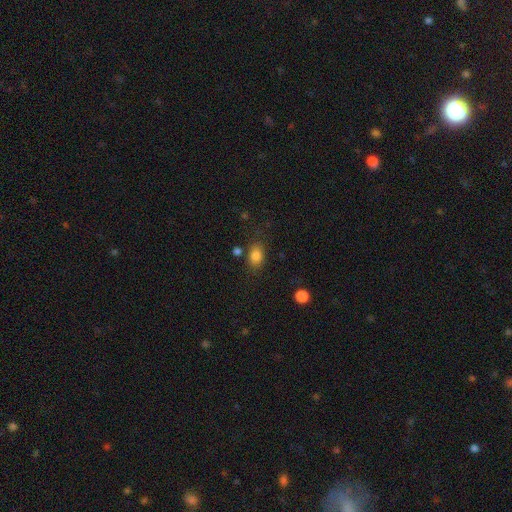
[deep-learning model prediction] A smooth galaxy with no disk features (83%) that is in between round and cigar-shaped (73%).

Vote fractions:
- Smooth or featured? smooth: 83% / star or artifact: 11% / featured or disk: 6%
- How rounded? in between: 73% / round: 26% / cigar-shaped: 1%
- Merging? none: 77% / minor disturbance: 14% / merger: 5% / major disturbance: 5%